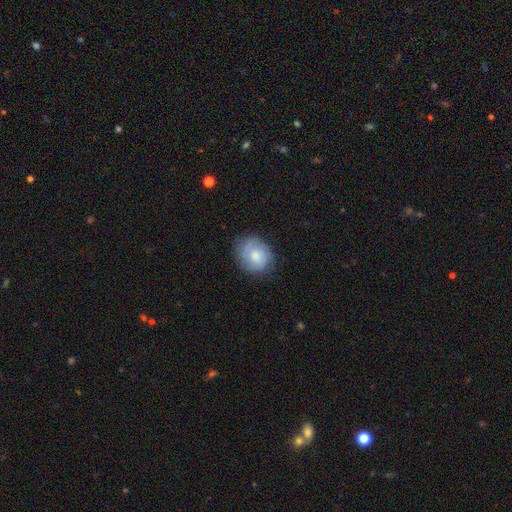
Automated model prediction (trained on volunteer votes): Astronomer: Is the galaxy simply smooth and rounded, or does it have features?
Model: smooth — 62%.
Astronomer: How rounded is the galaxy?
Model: round — 61% (runner-up: in between, 38%).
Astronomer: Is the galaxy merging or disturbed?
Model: none — 70%.